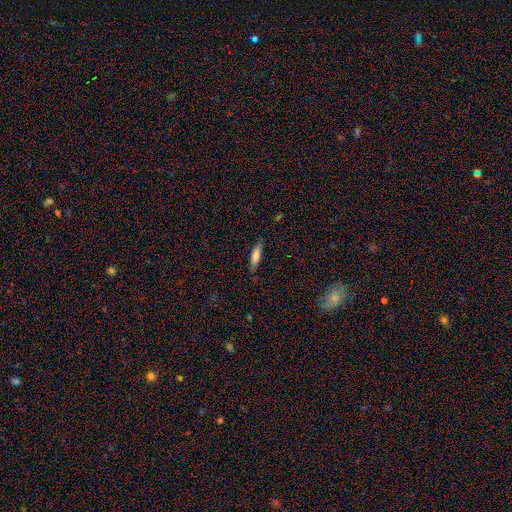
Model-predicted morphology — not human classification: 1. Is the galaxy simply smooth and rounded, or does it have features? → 72% smooth, 21% featured or disk, 7% star or artifact.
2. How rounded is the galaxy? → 62% cigar-shaped, 37% in between, 2% round.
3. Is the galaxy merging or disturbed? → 81% none, 15% minor disturbance, 3% major disturbance, 1% merger.